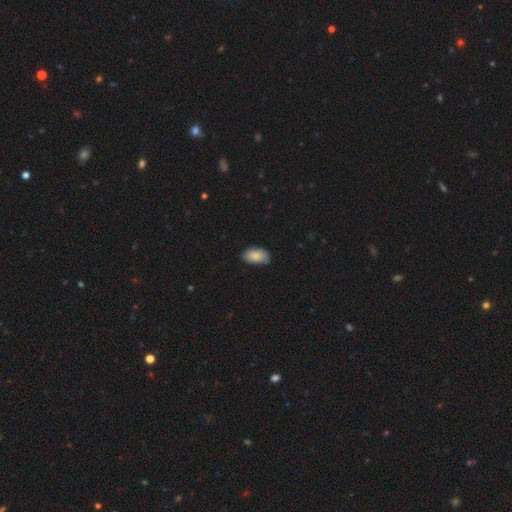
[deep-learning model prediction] This appears to be a smooth galaxy with no disk features (86%) that is in between round and cigar-shaped (94%). Merging: none (74%).